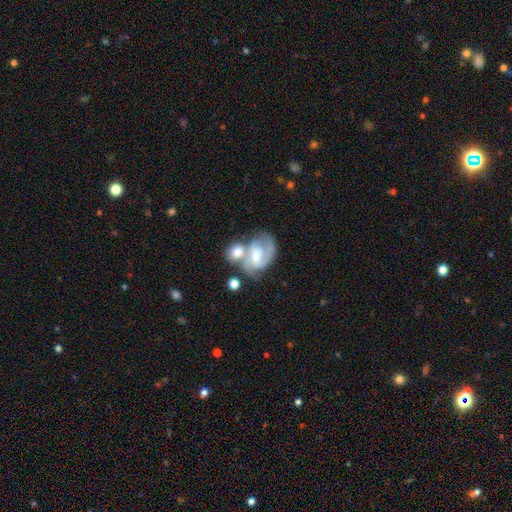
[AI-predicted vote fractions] This appears to be a featured or disk galaxy (75%) with a weak bar (45%), 2 (66%) medium (48%) spiral arms (92%) and a moderate central bulge (56%). Merging: merger (48%).